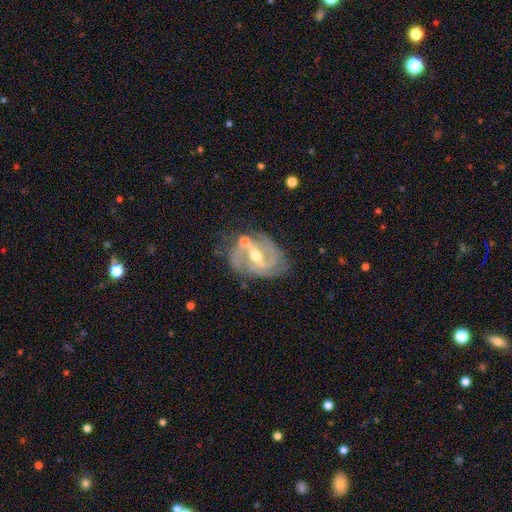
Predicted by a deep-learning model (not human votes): smooth-or-featured: featured or disk: 87% | smooth: 7% | star or artifact: 6%
  disk-edge-on: no: 97% | yes: 3%
    bar: weak: 45% | strong: 39% | no: 16%
    has-spiral-arms: yes: 94% | no: 6%
      spiral-winding: medium: 50% | tight: 34% | loose: 16%
      spiral-arm-count: 2: 67% | 3: 15% | can't tell: 10% | 1: 3% | 4: 3% | more than 4: 2%
    bulge-size: moderate: 67% | small: 29% | large: 3% | none: 1% | dominant: 1%
  merging: none: 61% | minor disturbance: 20% | merger: 10% | major disturbance: 8%